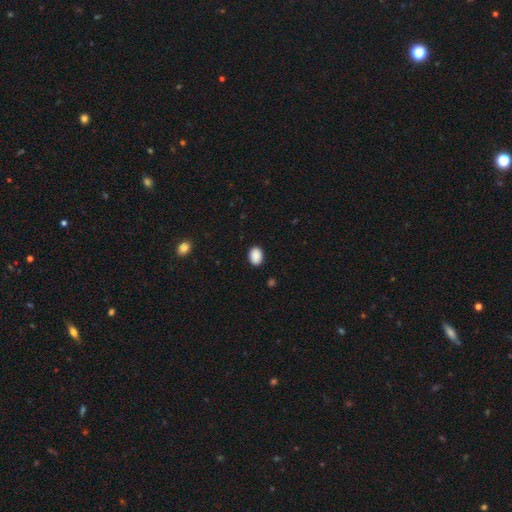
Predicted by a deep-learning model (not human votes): Smooth or featured? smooth (90%)
How rounded? in between (74%)
Merging? none (89%)